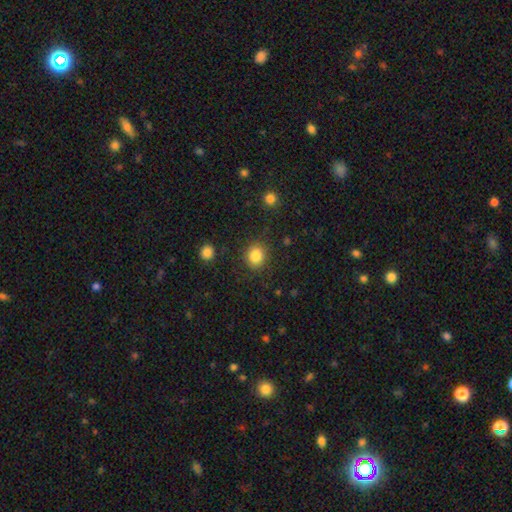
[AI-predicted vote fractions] A smooth galaxy with no disk features (84%) that is round (76%). Merging: none (87%).